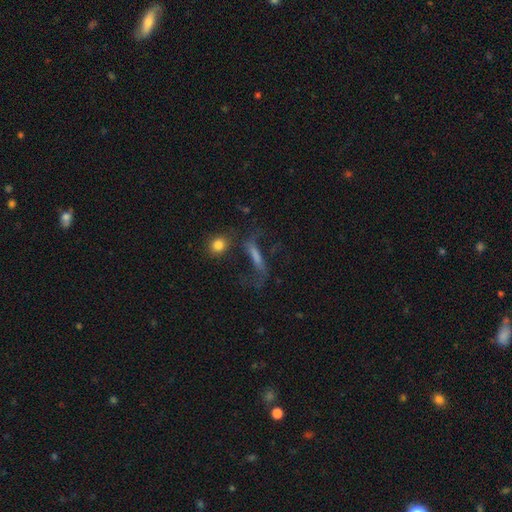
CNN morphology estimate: Smooth or featured? Predicted: featured or disk (p=0.47). Merging? Predicted: none (p=0.48).